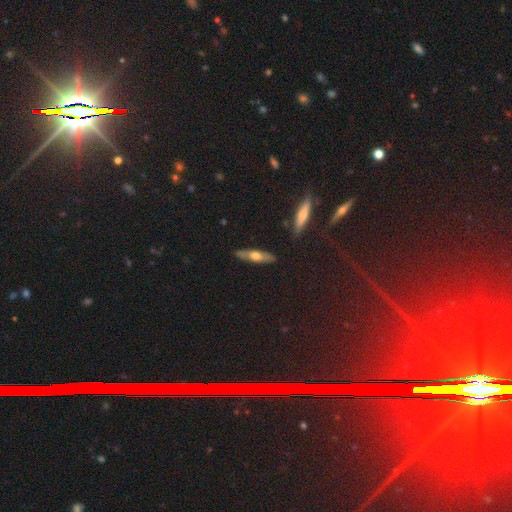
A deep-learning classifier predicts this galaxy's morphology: Smooth or featured? featured or disk (49%)
Merging? none (86%)